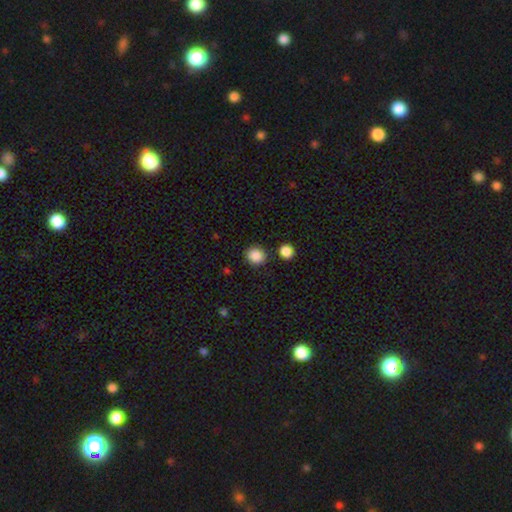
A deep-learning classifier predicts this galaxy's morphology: Overall: smooth (87%). How rounded: round (87%). Merging: none (86%).